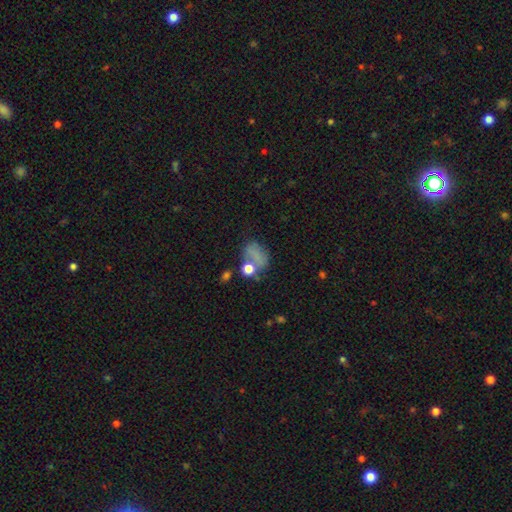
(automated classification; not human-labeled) This appears to be a smooth galaxy with no disk features (66%) that is in between round and cigar-shaped (63%). Merging: none (43%).